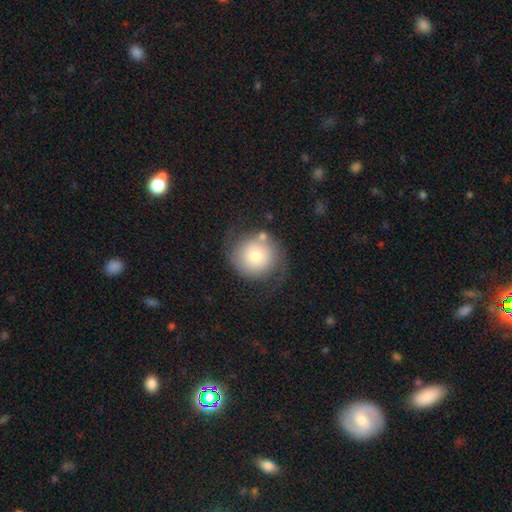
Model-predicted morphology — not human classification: The model was most divided on "smooth or featured": smooth: 56%, featured or disk: 36%, star or artifact: 9%. More confident: how rounded — round (90%); merging — none (63%).